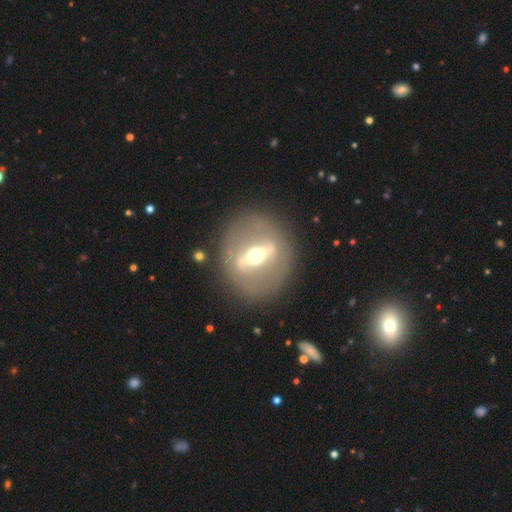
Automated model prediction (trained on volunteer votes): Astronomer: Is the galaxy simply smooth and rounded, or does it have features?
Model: featured or disk — 78%.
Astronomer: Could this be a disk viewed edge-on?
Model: no — 66%.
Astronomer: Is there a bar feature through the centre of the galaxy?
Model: strong — 78%.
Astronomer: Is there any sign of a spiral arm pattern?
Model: no — 83%.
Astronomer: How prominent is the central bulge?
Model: moderate — 68%.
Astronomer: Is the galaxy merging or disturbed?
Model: none — 83%.